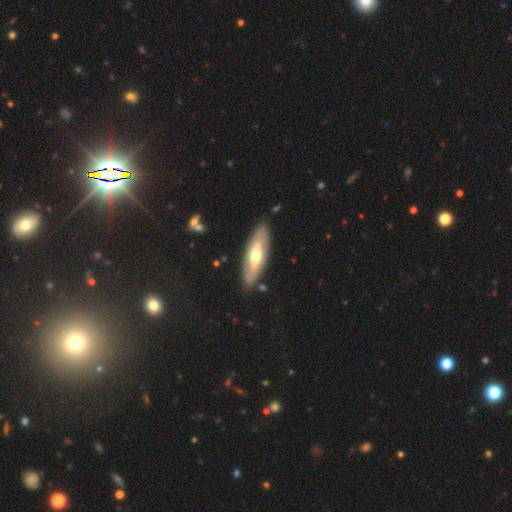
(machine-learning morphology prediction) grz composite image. It shows a featured or disk galaxy (53%). Merging: none (86%).